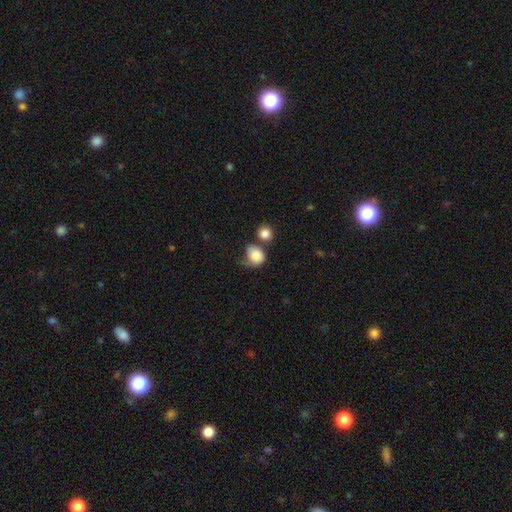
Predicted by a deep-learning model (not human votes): Overall: smooth (81%). How rounded: round (64%; in between 35%). Merging: none (32%; merger 26%).